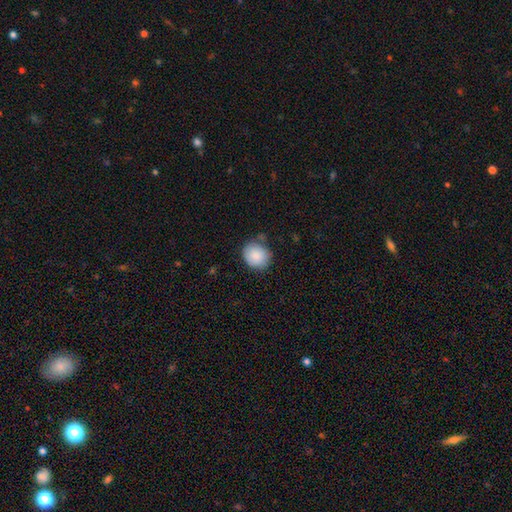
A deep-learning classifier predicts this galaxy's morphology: Q: Smooth or featured?
A: smooth (87%); runner-up: star or artifact (7%)
Q: How rounded?
A: round (80%); runner-up: in between (19%)
Q: Merging?
A: none (71%); runner-up: minor disturbance (21%)